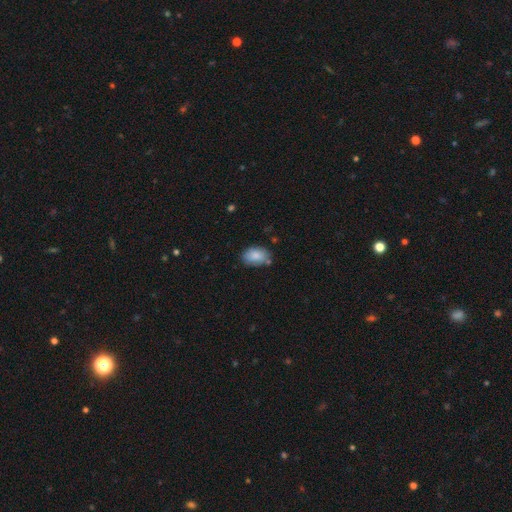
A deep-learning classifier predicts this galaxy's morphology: Smooth or featured?
  - smooth: 85% *
  - featured or disk: 8%
  - star or artifact: 7%
How rounded?
  - in between: 85% *
  - round: 13%
  - cigar-shaped: 1%
Merging?
  - none: 70% *
  - minor disturbance: 20%
  - merger: 5%
  - major disturbance: 4%